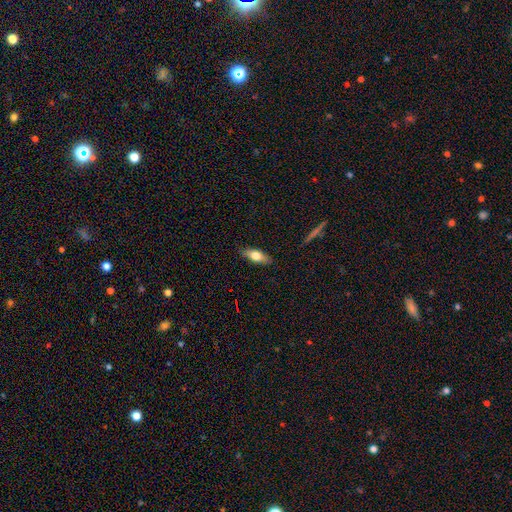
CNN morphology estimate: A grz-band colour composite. It shows a smooth galaxy with no disk features (65%) that is in between round and cigar-shaped (67%). Merging: none (87%).